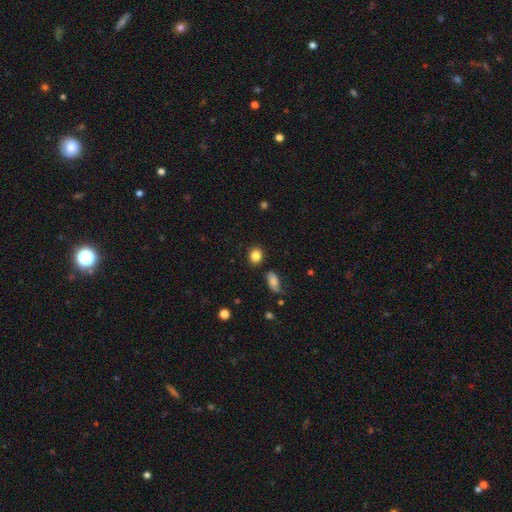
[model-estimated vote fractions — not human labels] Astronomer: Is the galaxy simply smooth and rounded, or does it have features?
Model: smooth — 84%.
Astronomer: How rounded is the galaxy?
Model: round — 70%.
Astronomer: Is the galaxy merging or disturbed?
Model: none — 83%.